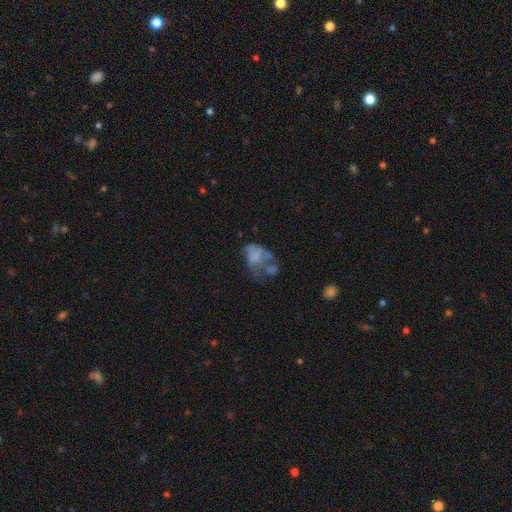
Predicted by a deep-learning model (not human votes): Smooth or featured? Predicted: smooth (p=0.48). Merging? Predicted: major disturbance (p=0.39).